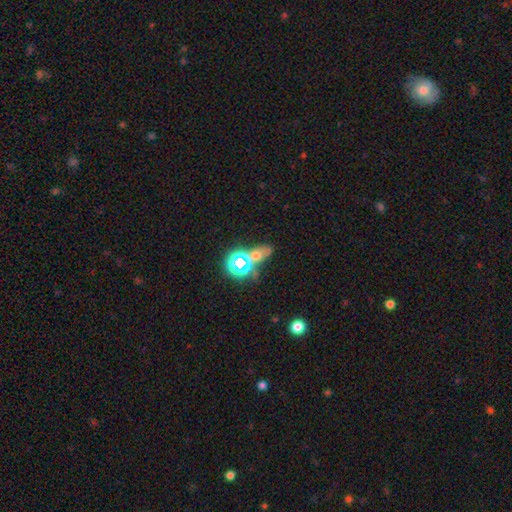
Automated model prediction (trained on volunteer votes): smooth_or_featured: star or artifact (p=0.44) [alt: smooth p=0.42]